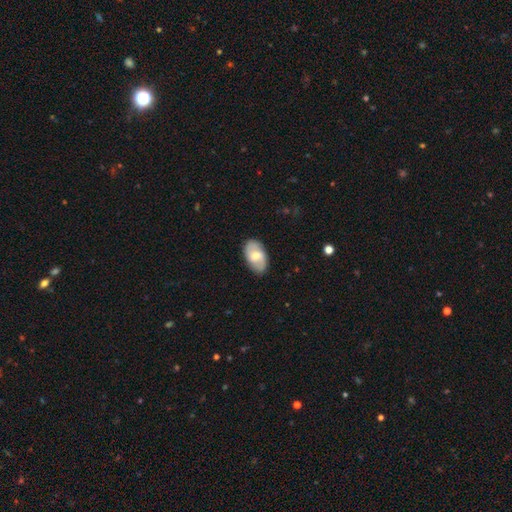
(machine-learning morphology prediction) Overall: featured or disk (47%, tied with smooth). Merging: none (82%).